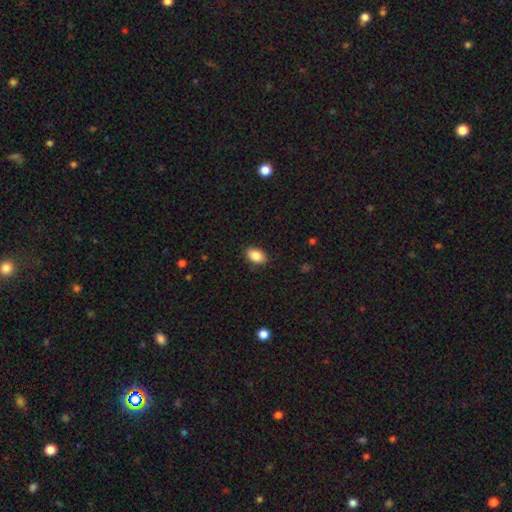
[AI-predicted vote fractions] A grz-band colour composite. It shows a smooth galaxy with no disk features (88%) that is in between round and cigar-shaped (88%). Merging: none (88%).